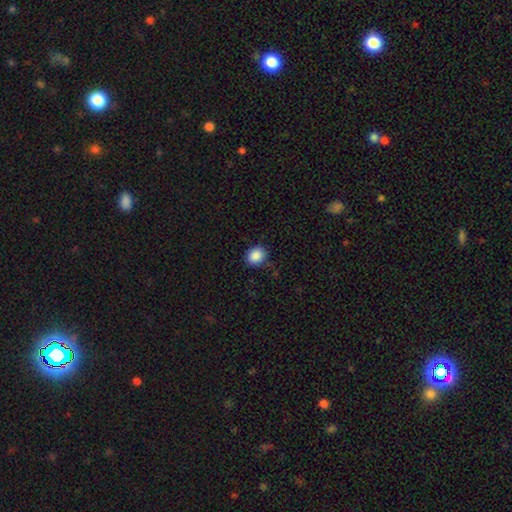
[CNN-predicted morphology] Smooth or featured: smooth — 88% (star or artifact — 9%)
How rounded: round — 62% (in between — 37%)
Merging: none — 86% (minor disturbance — 10%)